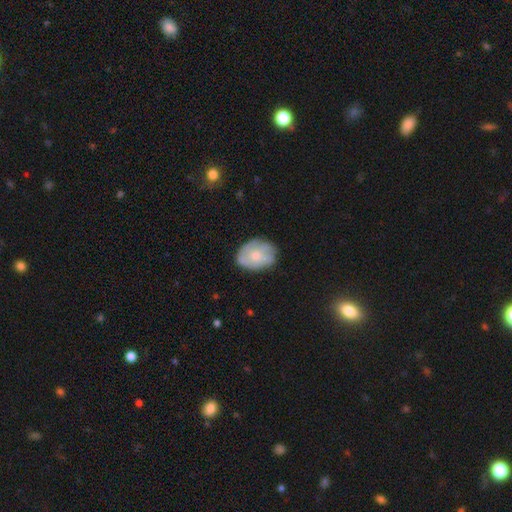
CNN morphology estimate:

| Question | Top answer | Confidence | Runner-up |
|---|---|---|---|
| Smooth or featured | smooth | 47% | featured or disk (46%) |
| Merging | none | 68% | minor disturbance (23%) |